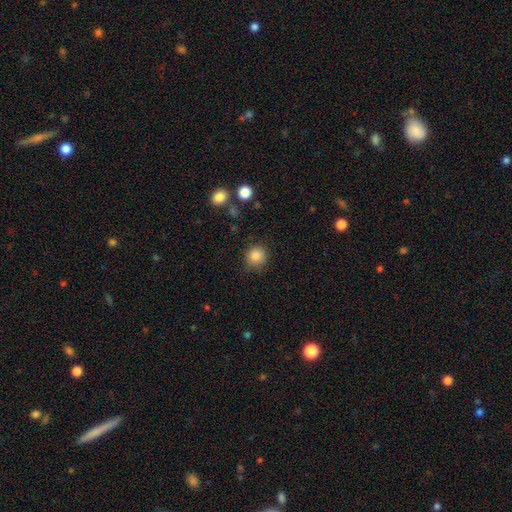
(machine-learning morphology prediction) Smooth or featured: smooth — 85% (star or artifact — 10%)
How rounded: round — 90% (in between — 10%)
Merging: none — 84% (minor disturbance — 11%)